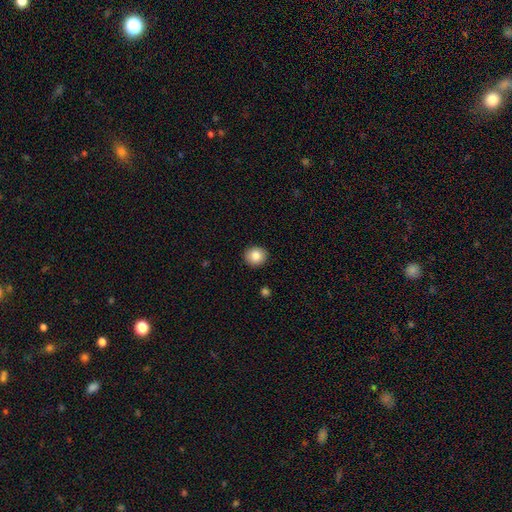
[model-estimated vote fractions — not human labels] A smooth galaxy with no disk features (86%) that is round (88%).

Vote fractions:
- Smooth or featured? smooth: 86% / star or artifact: 9% / featured or disk: 5%
- How rounded? round: 88% / in between: 11% / cigar-shaped: 1%
- Merging? none: 91% / minor disturbance: 6% / major disturbance: 2% / merger: 1%